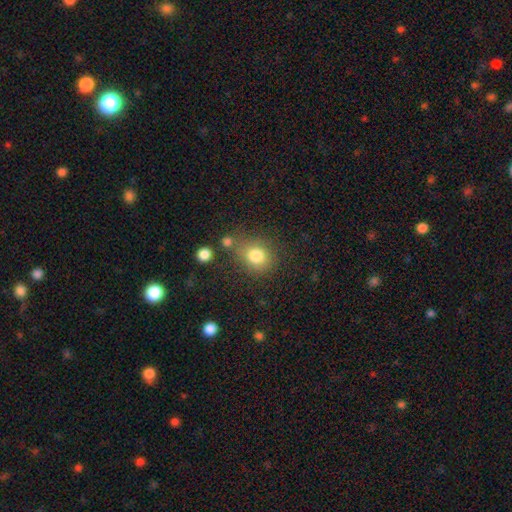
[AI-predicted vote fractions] Smooth or featured: smooth — 81% (star or artifact — 11%)
How rounded: round — 74% (in between — 25%)
Merging: none — 68% (minor disturbance — 15%)